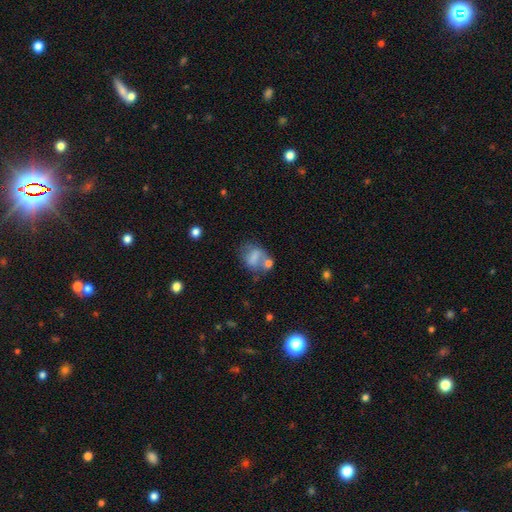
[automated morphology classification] A smooth galaxy with no disk features (60%) that is in between round and cigar-shaped (57%).

Vote fractions:
- Smooth or featured? smooth: 60% / featured or disk: 29% / star or artifact: 11%
- How rounded? in between: 57% / round: 40% / cigar-shaped: 2%
- Merging? none: 35% / merger: 26% / minor disturbance: 21% / major disturbance: 18%